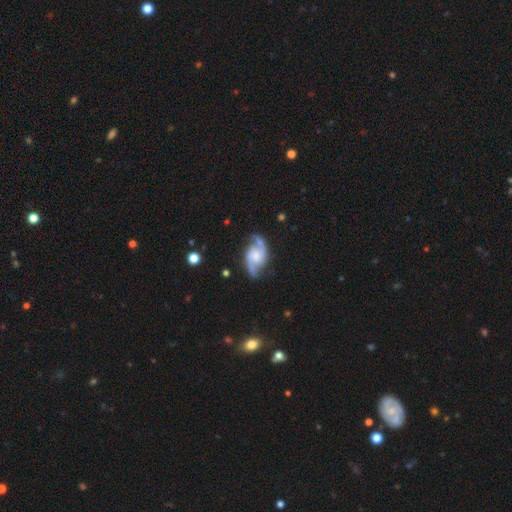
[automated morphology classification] This appears to be a featured or disk galaxy (87%) with no bar (55%), 2 (92%) medium (44%) spiral arms (97%) and a small central bulge (36%). Merging: none (73%).